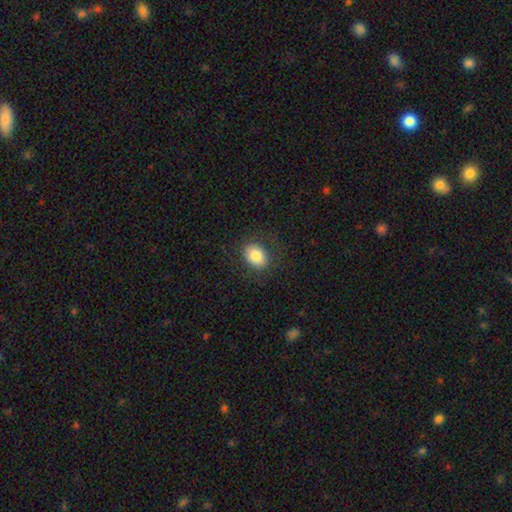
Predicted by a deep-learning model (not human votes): smooth-or-featured: smooth: 83% | star or artifact: 9% | featured or disk: 9%
  how-rounded: in between: 65% | round: 34% | cigar-shaped: 1%
  merging: none: 83% | minor disturbance: 11% | major disturbance: 5% | merger: 1%